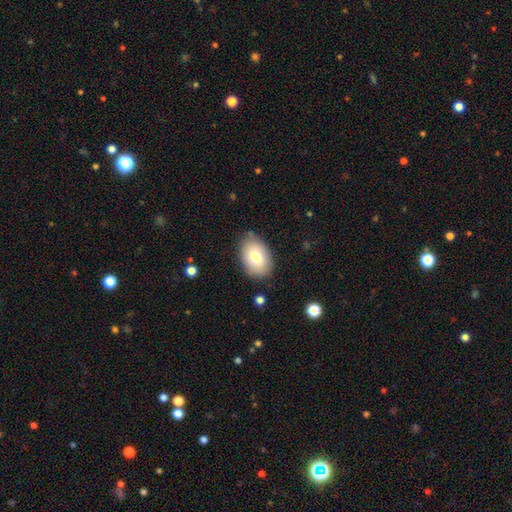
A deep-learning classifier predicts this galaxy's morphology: Smooth or featured: smooth — 76% (featured or disk — 16%)
How rounded: in between — 88% (round — 11%)
Merging: none — 81% (minor disturbance — 14%)